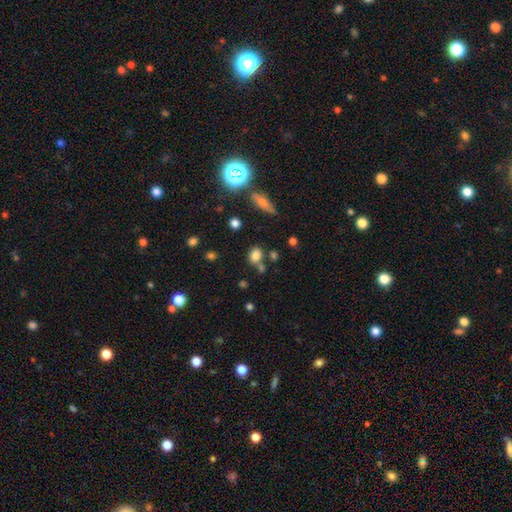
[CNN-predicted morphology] Smooth or featured: smooth — 78% (star or artifact — 13%)
How rounded: in between — 50% (round — 48%)
Merging: none — 63% (merger — 18%)